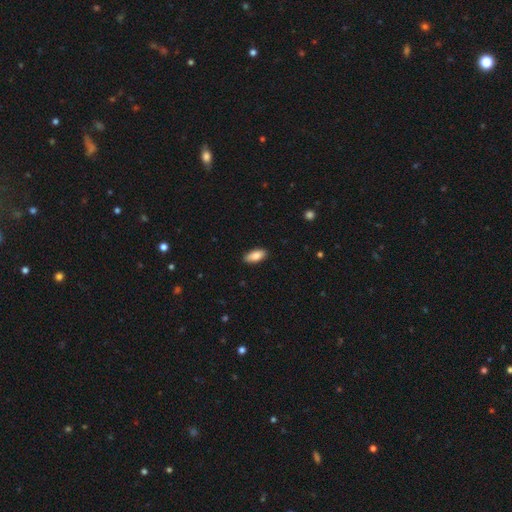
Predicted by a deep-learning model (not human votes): The model was most divided on "smooth or featured": smooth: 85%, featured or disk: 8%, star or artifact: 6%. More confident: merging — none (88%); how rounded — in between (88%).